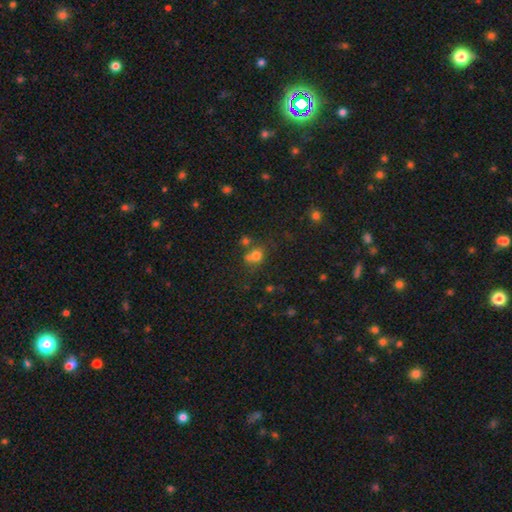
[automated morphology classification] A smooth galaxy with no disk features (70%) that is round (68%). Merging: none (44%).